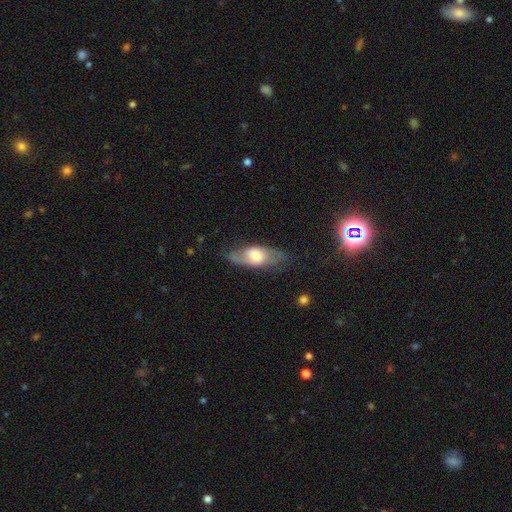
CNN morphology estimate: Smooth or featured: featured or disk — 53% (smooth — 40%)
Edge-on disk: no — 76% (yes — 24%)
Merging: none — 68% (minor disturbance — 21%)